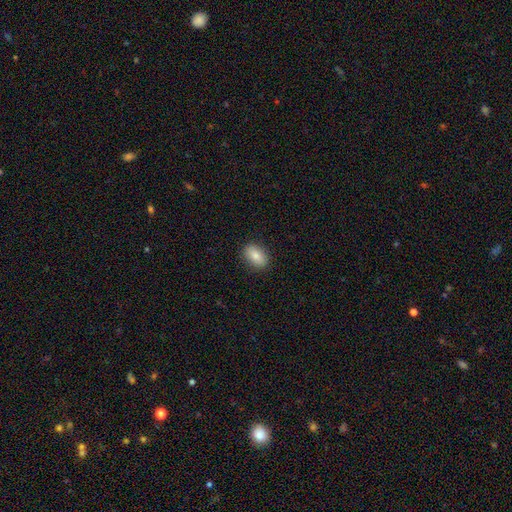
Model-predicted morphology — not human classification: A smooth galaxy with no disk features (84%) that is in between round and cigar-shaped (88%).

Vote fractions:
- Smooth or featured? smooth: 84% / featured or disk: 9% / star or artifact: 7%
- How rounded? in between: 88% / round: 9% / cigar-shaped: 3%
- Merging? none: 89% / minor disturbance: 8% / major disturbance: 2% / merger: 1%